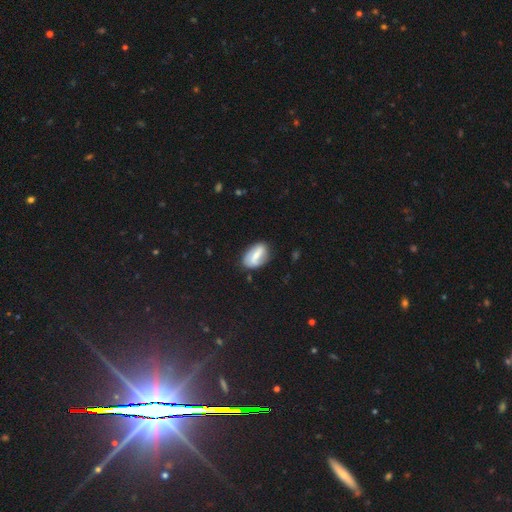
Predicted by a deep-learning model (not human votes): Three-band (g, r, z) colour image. It shows a featured or disk galaxy (47%). Merging: none (75%).